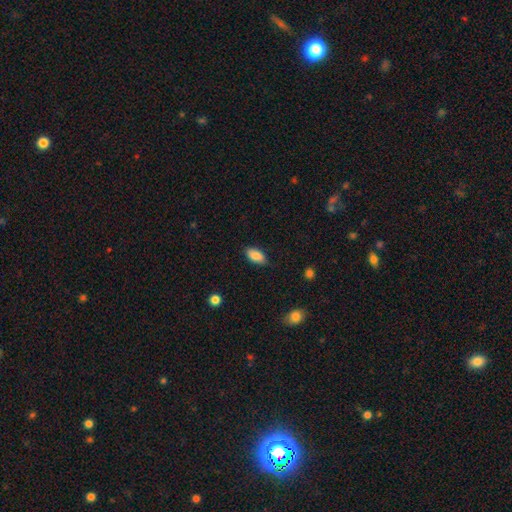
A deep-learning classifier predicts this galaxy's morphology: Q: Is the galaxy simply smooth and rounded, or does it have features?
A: smooth — 86%.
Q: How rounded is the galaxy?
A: in between — 92%.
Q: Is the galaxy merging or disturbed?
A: none — 82%.